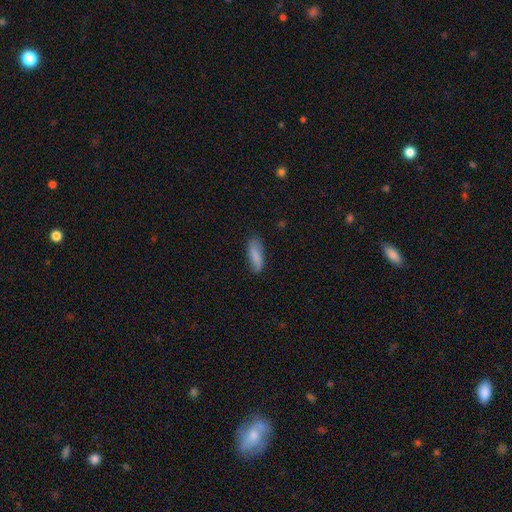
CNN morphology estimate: Smooth or featured: smooth — 82% (featured or disk — 11%)
How rounded: in between — 60% (cigar-shaped — 38%)
Merging: none — 74% (minor disturbance — 20%)